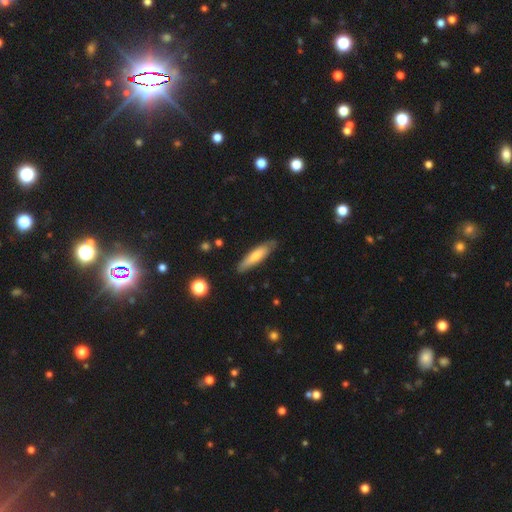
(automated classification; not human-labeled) Smooth or featured? smooth (63%)
How rounded? cigar-shaped (73%)
Merging? none (78%)